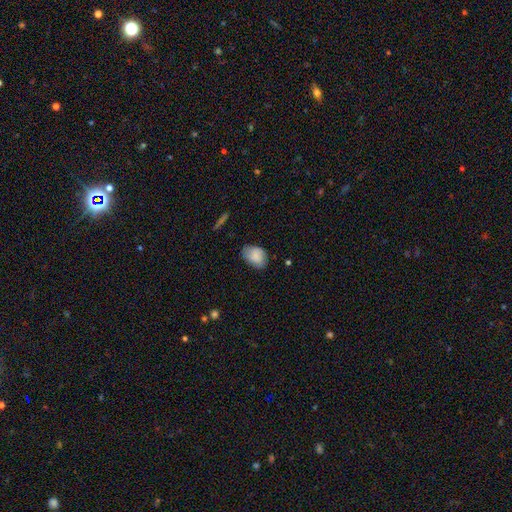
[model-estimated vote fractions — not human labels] A smooth galaxy with no disk features (85%) that is in between round and cigar-shaped (74%). Merging: none (67%).